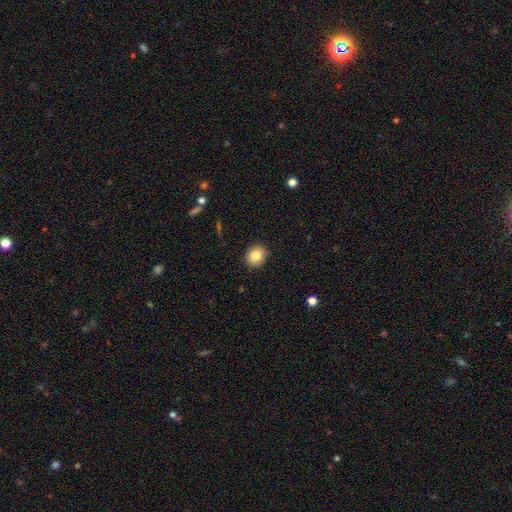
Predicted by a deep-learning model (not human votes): smooth_or_featured: smooth (p=0.83) [alt: star or artifact p=0.09]
how_rounded: round (p=0.67) [alt: in between p=0.32]
merging: none (p=0.91) [alt: minor disturbance p=0.06]